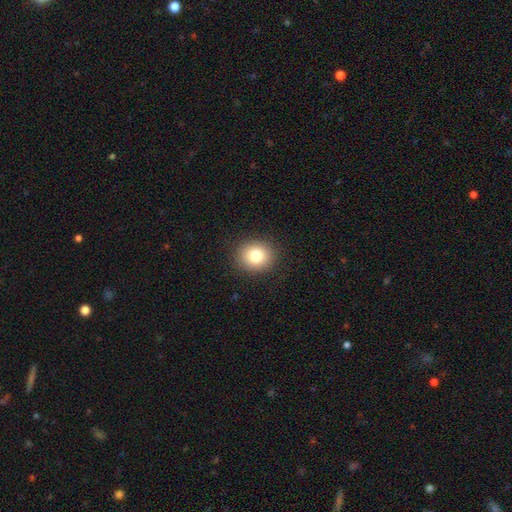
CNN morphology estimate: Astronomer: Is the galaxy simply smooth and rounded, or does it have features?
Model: smooth — 81%.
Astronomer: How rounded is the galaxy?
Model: round — 80%.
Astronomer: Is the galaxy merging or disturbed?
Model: none — 90%.